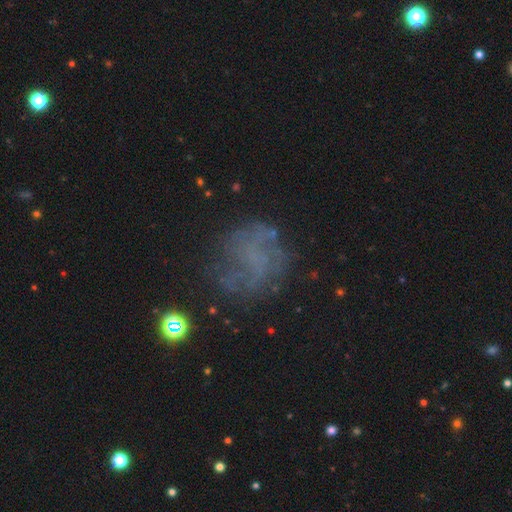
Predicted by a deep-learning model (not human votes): smooth-or-featured: featured or disk: 48% | smooth: 28% | star or artifact: 24%
  merging: none: 62% | minor disturbance: 18% | major disturbance: 17% | merger: 3%